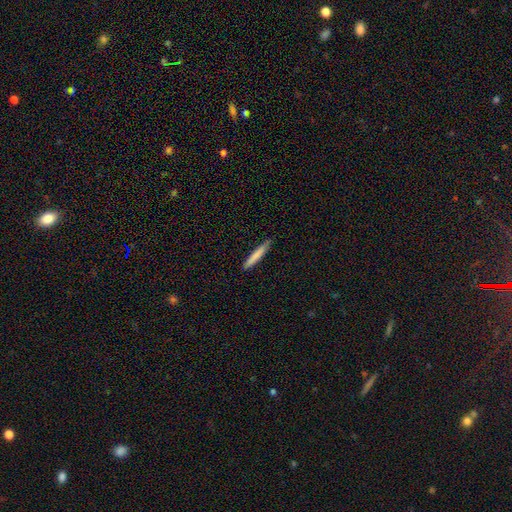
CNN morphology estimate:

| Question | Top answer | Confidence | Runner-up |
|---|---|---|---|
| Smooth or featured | smooth | 76% | featured or disk (18%) |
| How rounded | cigar-shaped | 95% | in between (4%) |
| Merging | none | 85% | minor disturbance (12%) |